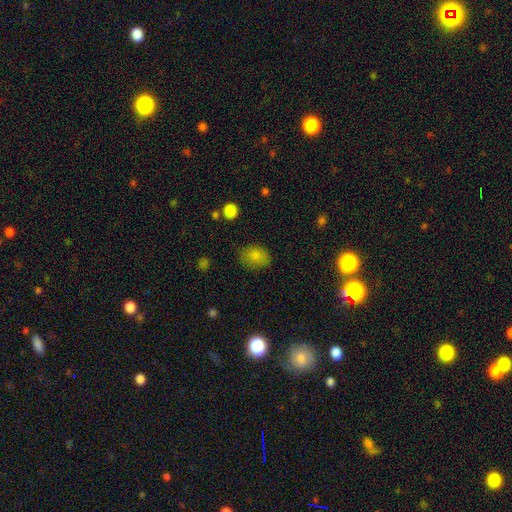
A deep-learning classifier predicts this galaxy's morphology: Smooth or featured?
  - smooth: 82% *
  - star or artifact: 10%
  - featured or disk: 8%
How rounded?
  - in between: 67% *
  - round: 32%
  - cigar-shaped: 1%
Merging?
  - none: 75% *
  - minor disturbance: 18%
  - major disturbance: 5%
  - merger: 2%